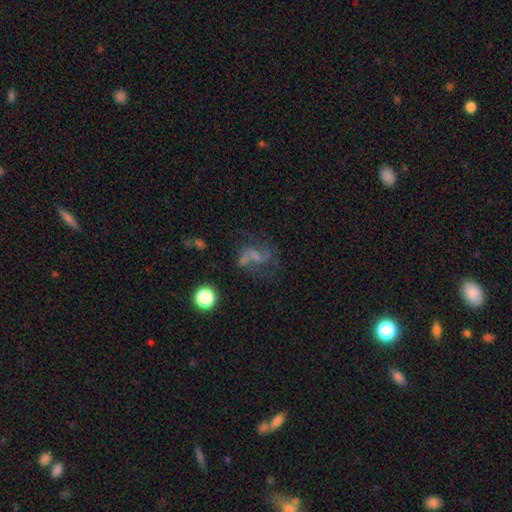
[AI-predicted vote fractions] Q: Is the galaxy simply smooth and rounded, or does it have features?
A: featured or disk — 57%.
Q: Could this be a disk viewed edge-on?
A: no — 97%.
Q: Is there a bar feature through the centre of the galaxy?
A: no — 49%.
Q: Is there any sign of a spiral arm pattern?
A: yes — 73%.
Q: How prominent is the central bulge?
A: none — 53%.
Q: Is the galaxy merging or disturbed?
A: none — 45%.